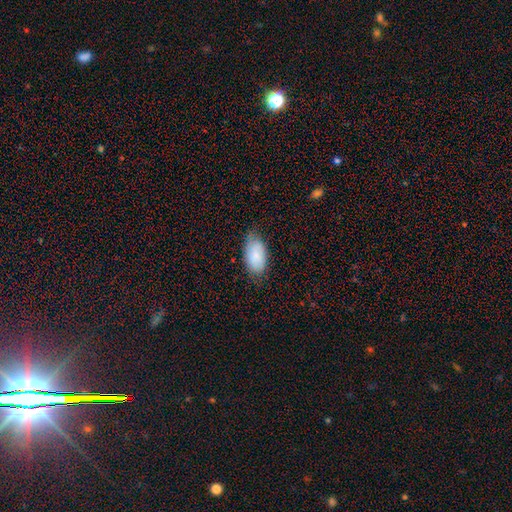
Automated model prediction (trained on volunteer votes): Smooth or featured? smooth (82%)
How rounded? in between (95%)
Merging? none (69%)